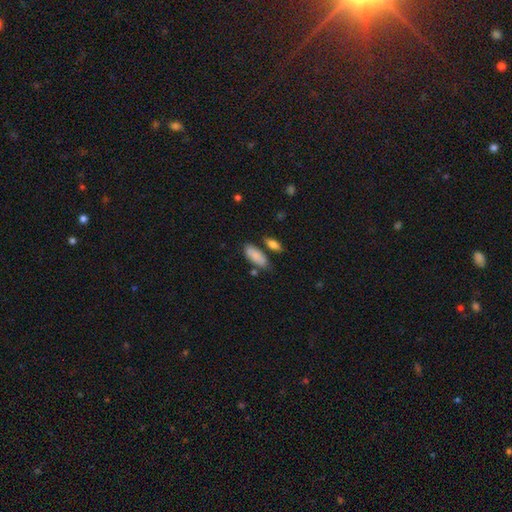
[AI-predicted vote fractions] This appears to be a smooth galaxy with no disk features (84%) that is in between round and cigar-shaped (84%). Merging: none (65%).